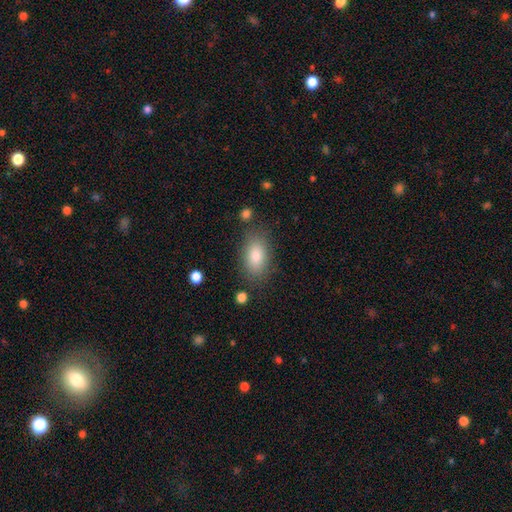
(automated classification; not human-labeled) smooth 82%, featured or disk 10%, star or artifact 8%. Down the decision tree: how rounded — in between (90%); merging — none (81%).